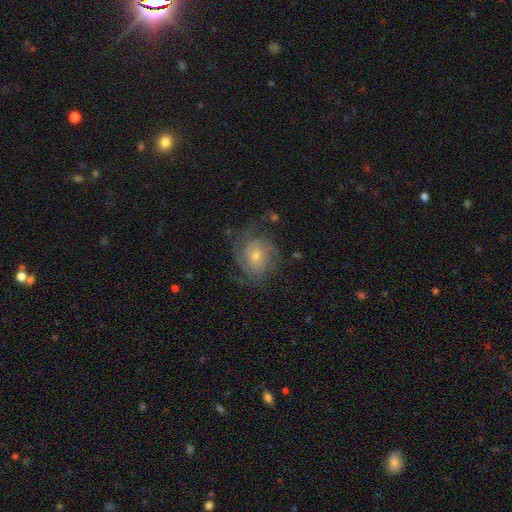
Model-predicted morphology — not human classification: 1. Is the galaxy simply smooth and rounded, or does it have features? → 73% featured or disk, 18% smooth, 9% star or artifact.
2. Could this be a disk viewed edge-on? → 97% no, 3% yes.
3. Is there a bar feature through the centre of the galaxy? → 69% no, 27% weak, 5% strong.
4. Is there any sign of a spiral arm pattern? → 92% yes, 8% no.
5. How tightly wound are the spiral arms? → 52% tight, 37% medium, 11% loose.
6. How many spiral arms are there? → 32% can't tell, 31% 2, 20% 3, 7% 4, 5% 1, 5% more than 4.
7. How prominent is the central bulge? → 54% small, 39% moderate, 3% large, 3% none, 1% dominant.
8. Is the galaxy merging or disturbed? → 69% none, 18% minor disturbance, 12% major disturbance, 1% merger.